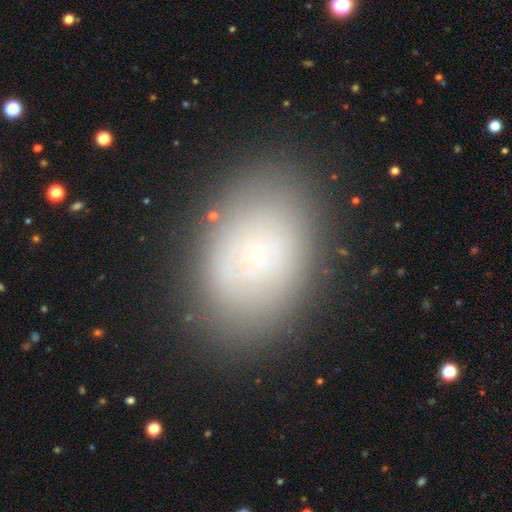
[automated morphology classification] This appears to be a smooth galaxy with no disk features (74%) that is in between round and cigar-shaped (84%). Merging: none (82%).